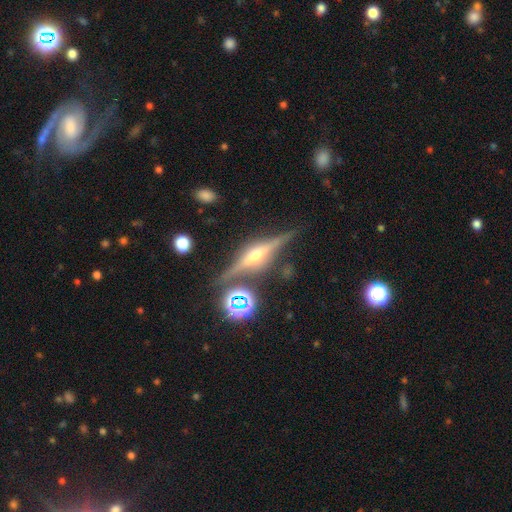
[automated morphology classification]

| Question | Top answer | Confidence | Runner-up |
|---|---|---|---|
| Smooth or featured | featured or disk | 81% | star or artifact (10%) |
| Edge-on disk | yes | 96% | no (4%) |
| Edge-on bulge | rounded | 89% | boxy (8%) |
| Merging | none | 83% | minor disturbance (10%) |